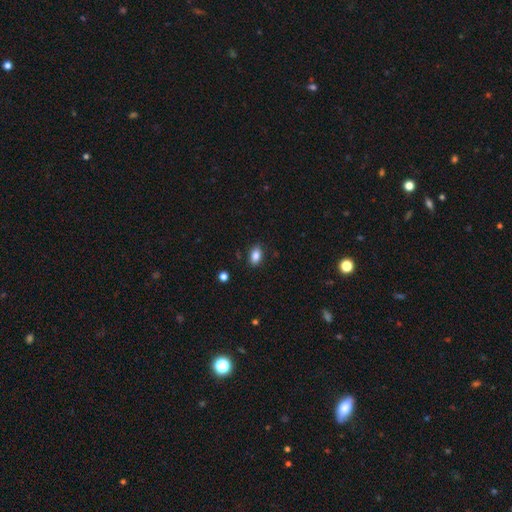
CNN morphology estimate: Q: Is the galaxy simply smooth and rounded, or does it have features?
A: smooth — 85%.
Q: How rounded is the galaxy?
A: in between — 87%.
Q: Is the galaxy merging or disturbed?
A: none — 86%.